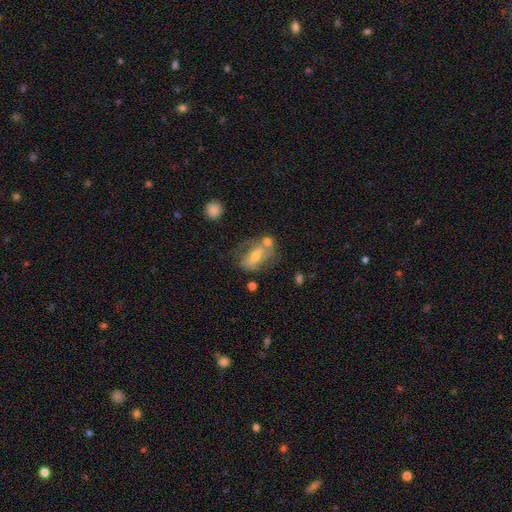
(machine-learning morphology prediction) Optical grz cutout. It shows a featured or disk galaxy (53%). Merging: none (47%).